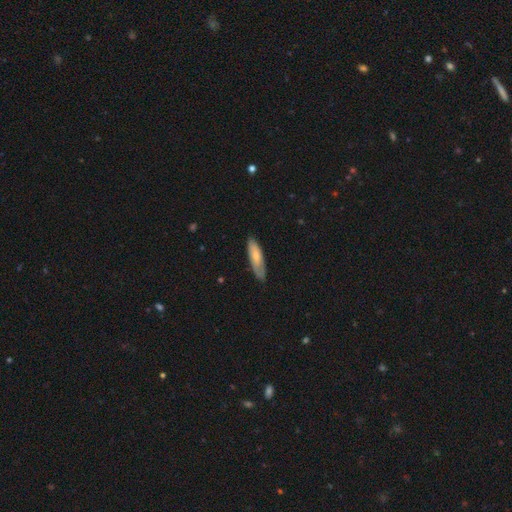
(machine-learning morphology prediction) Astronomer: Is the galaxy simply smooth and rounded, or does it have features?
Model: smooth — 61%.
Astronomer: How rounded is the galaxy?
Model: cigar-shaped — 53% (runner-up: in between, 46%).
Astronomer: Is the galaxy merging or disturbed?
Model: none — 74%.